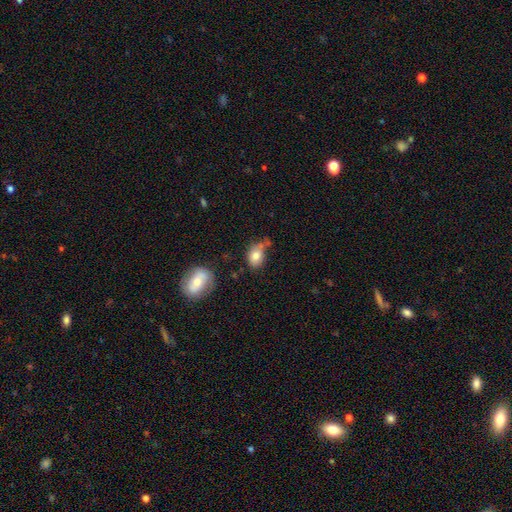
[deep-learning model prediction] smooth_or_featured: smooth (p=0.79) [alt: featured or disk p=0.12]
how_rounded: in between (p=0.70) [alt: round p=0.29]
merging: none (p=0.48) [alt: minor disturbance p=0.27]